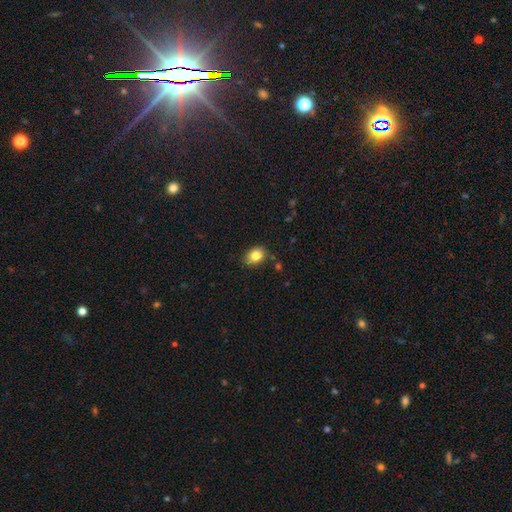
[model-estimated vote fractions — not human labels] The model was most divided on "how rounded": in between: 72%, round: 26%, cigar-shaped: 1%. More confident: smooth or featured — smooth (83%); merging — none (82%).